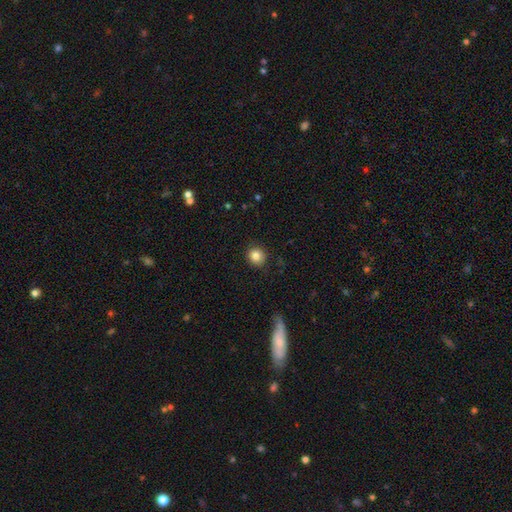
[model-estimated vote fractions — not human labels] Smooth or featured? Predicted: smooth (p=0.84). How rounded? Predicted: round (p=0.89). Merging? Predicted: none (p=0.89).